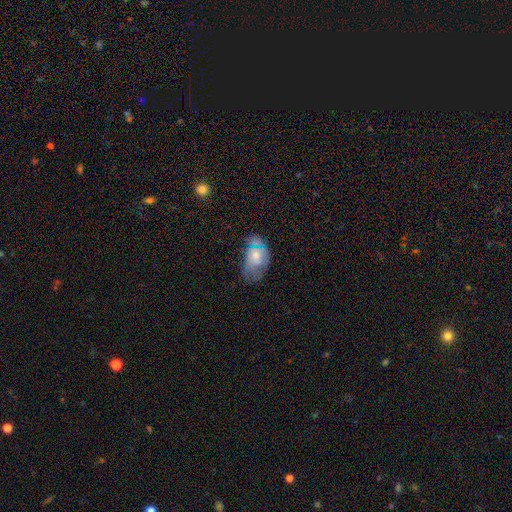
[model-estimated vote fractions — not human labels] Smooth or featured?
  - smooth: 58% *
  - featured or disk: 31%
  - star or artifact: 12%
How rounded?
  - in between: 87% *
  - round: 11%
  - cigar-shaped: 2%
Merging?
  - none: 37% *
  - minor disturbance: 33%
  - major disturbance: 26%
  - merger: 4%